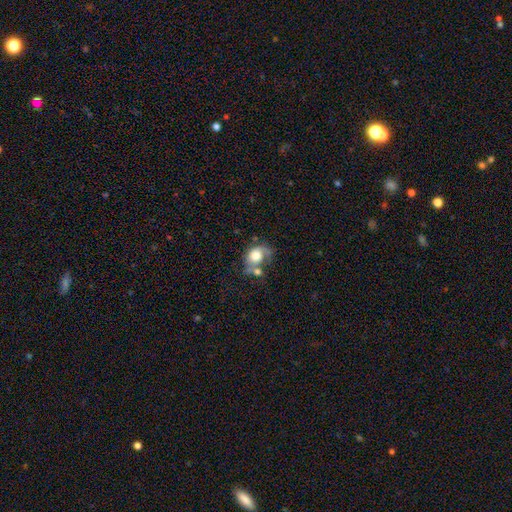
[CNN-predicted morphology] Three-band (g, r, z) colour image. It shows a smooth galaxy with no disk features (52%) that is in between round and cigar-shaped (49%, tied with round). Merging: none (28%, tied with merger).